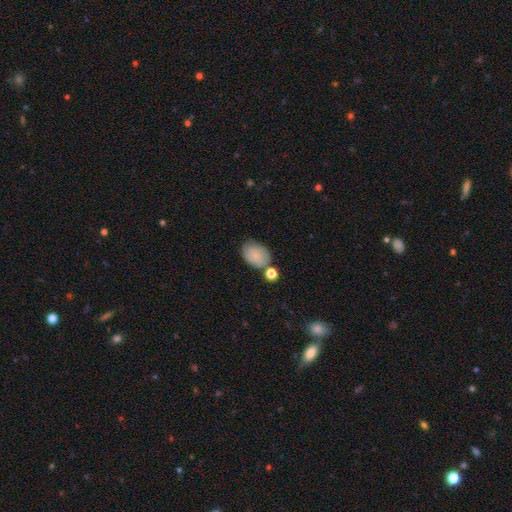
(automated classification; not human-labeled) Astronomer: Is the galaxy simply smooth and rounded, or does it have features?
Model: smooth — 77%.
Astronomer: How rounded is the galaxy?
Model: in between — 81%.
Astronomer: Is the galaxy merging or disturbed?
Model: none — 60%.